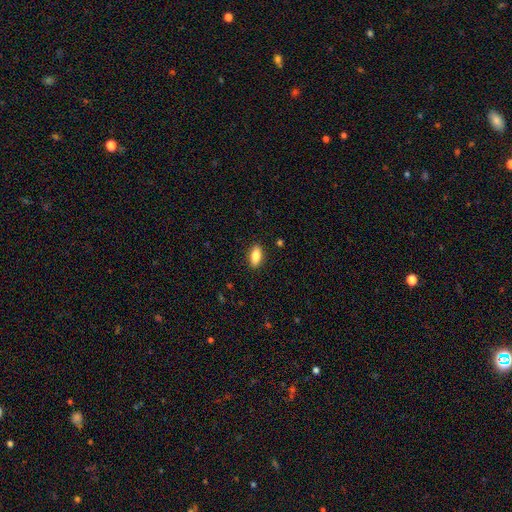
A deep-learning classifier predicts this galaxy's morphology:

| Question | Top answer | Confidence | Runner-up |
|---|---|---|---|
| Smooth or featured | smooth | 84% | featured or disk (9%) |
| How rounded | in between | 84% | cigar-shaped (13%) |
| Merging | none | 89% | minor disturbance (8%) |